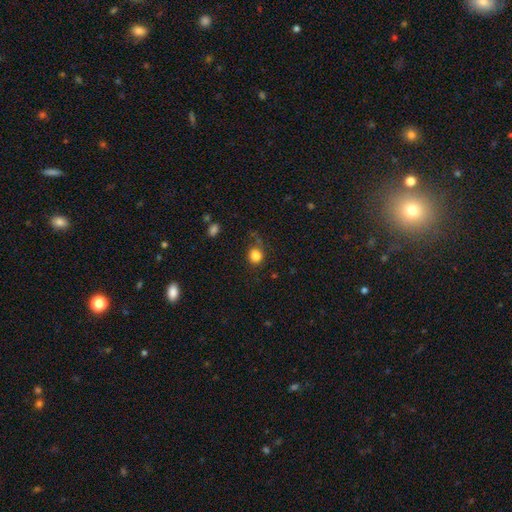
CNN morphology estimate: smooth-or-featured: smooth: 83% | star or artifact: 11% | featured or disk: 5%
  how-rounded: round: 79% | in between: 20% | cigar-shaped: 1%
  merging: none: 68% | minor disturbance: 19% | major disturbance: 9% | merger: 4%